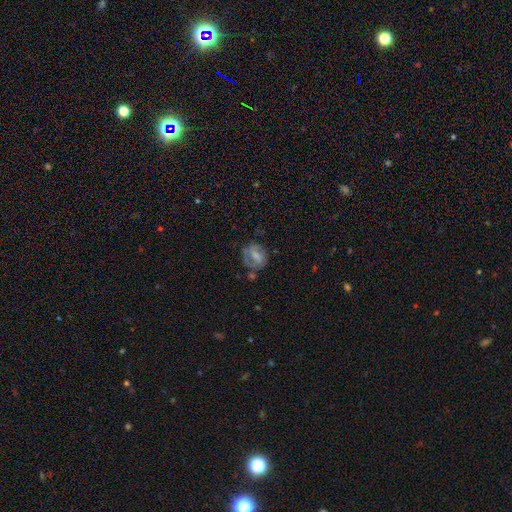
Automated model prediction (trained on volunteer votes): Smooth or featured? Predicted: smooth (p=0.48). Merging? Predicted: none (p=0.51).